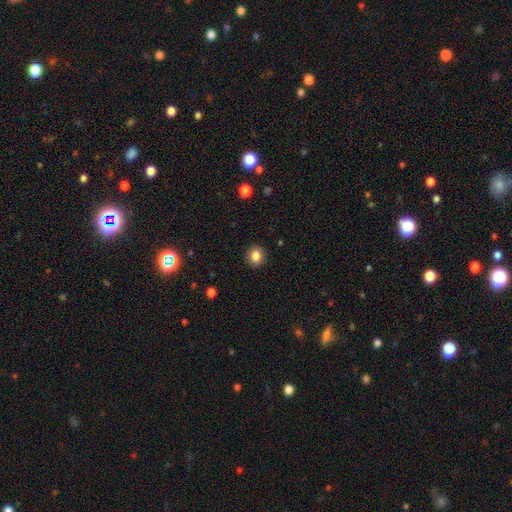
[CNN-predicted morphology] smooth-or-featured: smooth: 85% | star or artifact: 10% | featured or disk: 6%
  how-rounded: round: 75% | in between: 24% | cigar-shaped: 1%
  merging: none: 90% | minor disturbance: 7% | major disturbance: 2% | merger: 1%